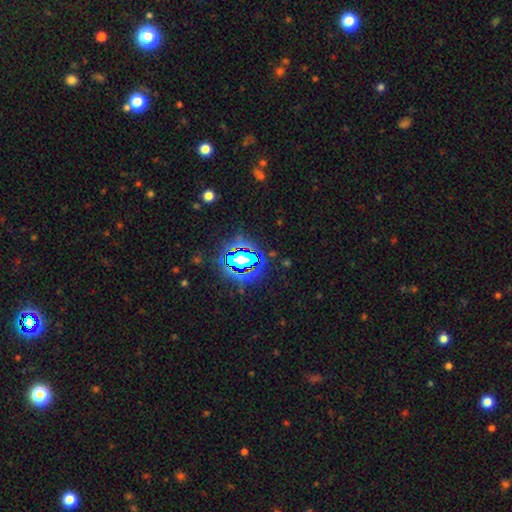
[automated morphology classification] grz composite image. It shows a star or artifact, not a galaxy (81%).